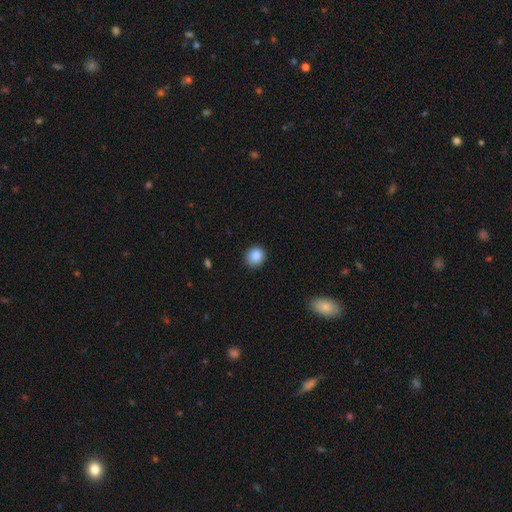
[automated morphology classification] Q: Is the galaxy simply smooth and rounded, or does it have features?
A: smooth — 87%.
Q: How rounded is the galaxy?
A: round — 80%.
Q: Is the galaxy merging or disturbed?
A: none — 88%.